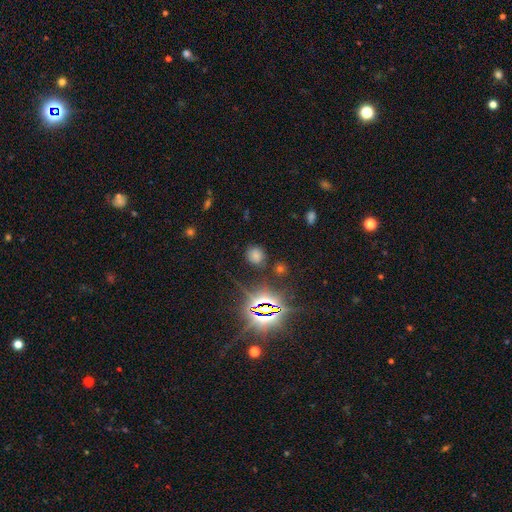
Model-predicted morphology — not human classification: The model was most divided on "smooth or featured": smooth: 59%, star or artifact: 33%, featured or disk: 8%. More confident: merging — none (81%); how rounded — round (78%).